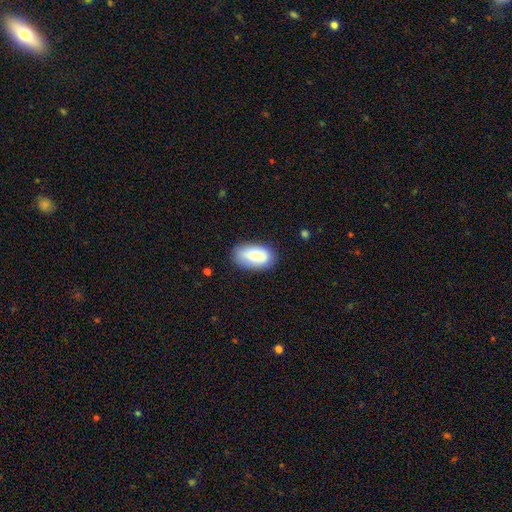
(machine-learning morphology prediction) Overall: smooth (82%). How rounded: in between (94%). Merging: none (79%).